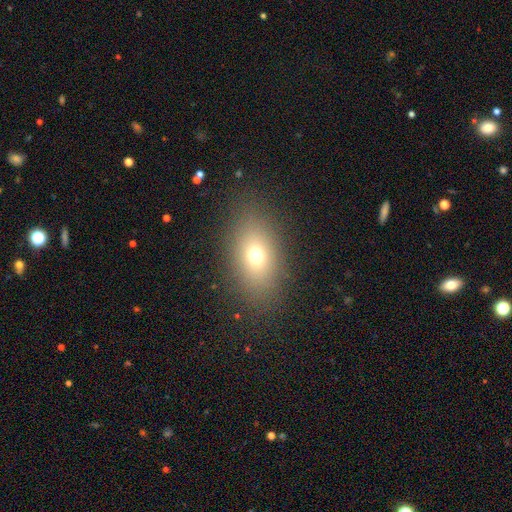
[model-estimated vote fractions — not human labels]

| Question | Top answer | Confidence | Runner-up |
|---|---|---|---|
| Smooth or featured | smooth | 69% | featured or disk (16%) |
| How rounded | in between | 79% | round (18%) |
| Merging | none | 84% | minor disturbance (9%) |